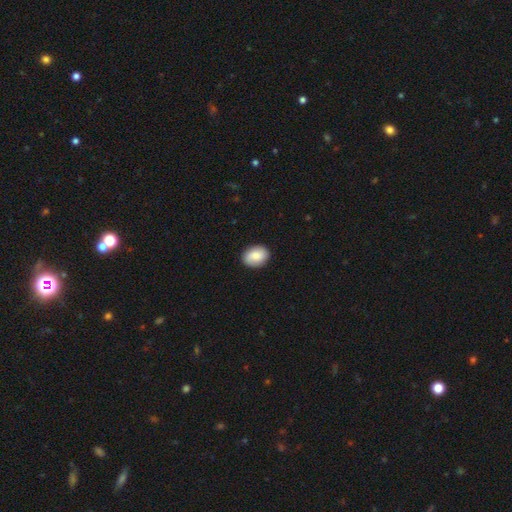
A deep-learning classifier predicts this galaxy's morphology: type=smooth (83%); roundness=in between (70%); merging=none (88%).